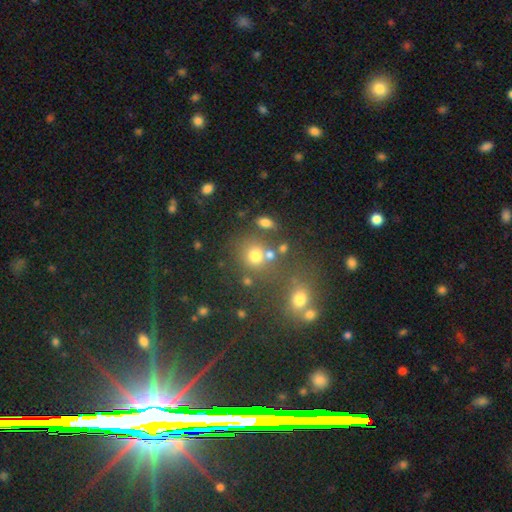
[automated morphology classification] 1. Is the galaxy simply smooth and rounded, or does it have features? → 72% smooth, 18% star or artifact, 10% featured or disk.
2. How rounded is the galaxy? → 80% round, 19% in between, 1% cigar-shaped.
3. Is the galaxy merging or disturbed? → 60% none, 22% merger, 12% minor disturbance, 7% major disturbance.